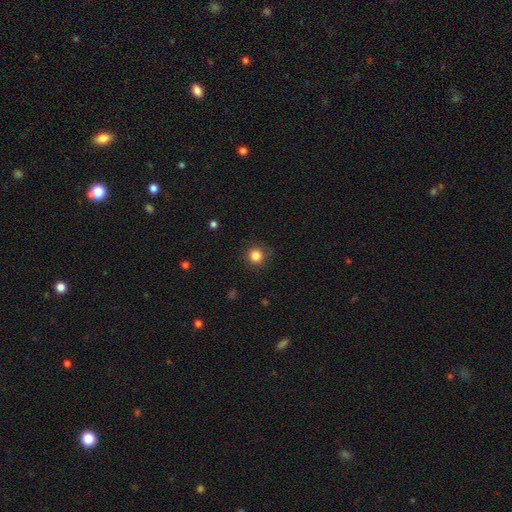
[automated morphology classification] Smooth or featured? smooth (84%)
How rounded? round (94%)
Merging? none (88%)